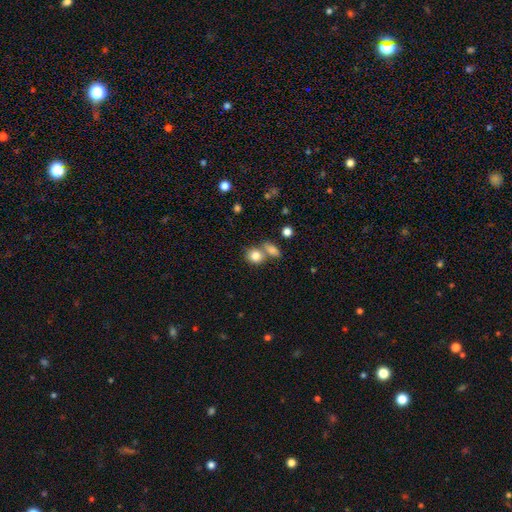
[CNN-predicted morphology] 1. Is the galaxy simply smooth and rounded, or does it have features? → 83% smooth, 9% star or artifact, 8% featured or disk.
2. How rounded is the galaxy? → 68% round, 31% in between, 2% cigar-shaped.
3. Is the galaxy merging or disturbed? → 49% none, 37% merger, 10% minor disturbance, 4% major disturbance.